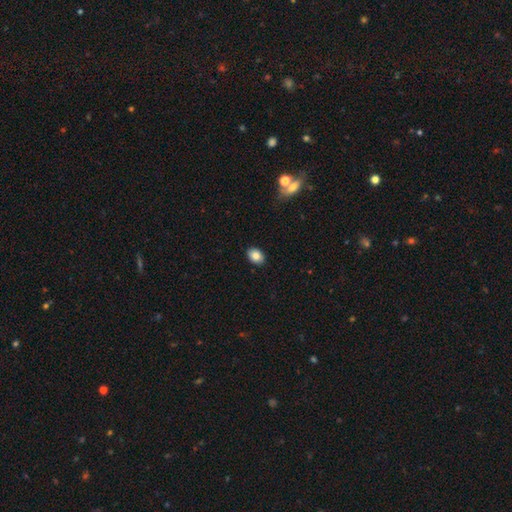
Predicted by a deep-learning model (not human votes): Overall: smooth (83%). How rounded: in between (76%). Merging: none (89%).